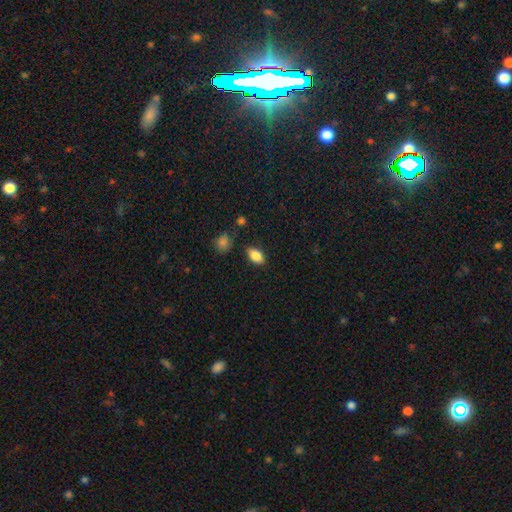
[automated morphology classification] Smooth or featured: smooth — 86% (star or artifact — 8%)
How rounded: in between — 91% (round — 6%)
Merging: none — 83% (minor disturbance — 11%)